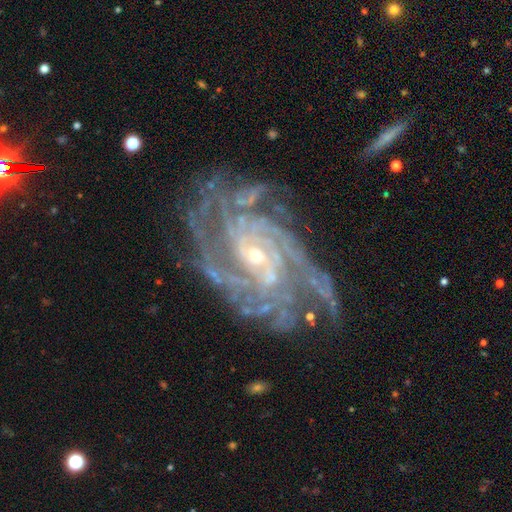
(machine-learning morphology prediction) Smooth or featured? Predicted: featured or disk (p=0.91). Edge-on disk? Predicted: no (p=0.97). Bar? Predicted: no (p=0.53). Spiral arms? Predicted: yes (p=0.98). Spiral winding? Predicted: tight (p=0.66). Spiral arm count? Predicted: 4 (p=0.25). Bulge size? Predicted: small (p=0.76). Merging? Predicted: none (p=0.73).